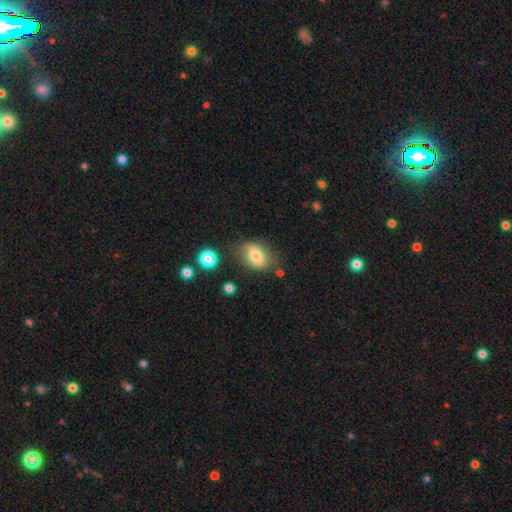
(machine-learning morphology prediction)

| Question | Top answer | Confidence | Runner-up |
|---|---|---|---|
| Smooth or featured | smooth | 73% | featured or disk (18%) |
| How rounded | in between | 81% | round (17%) |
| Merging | none | 65% | minor disturbance (23%) |